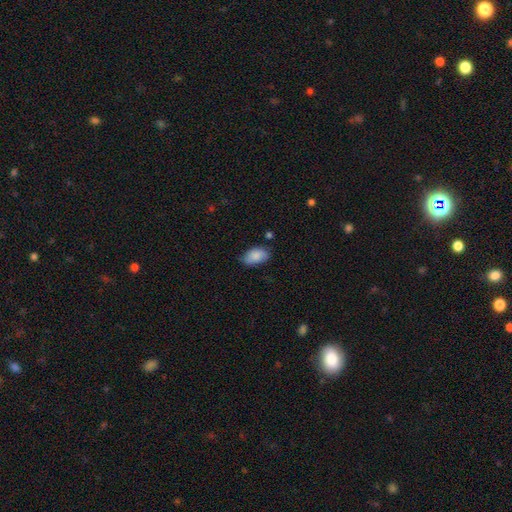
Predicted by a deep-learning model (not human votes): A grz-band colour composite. It shows a smooth galaxy with no disk features (86%) that is in between round and cigar-shaped (93%). Merging: none (72%).